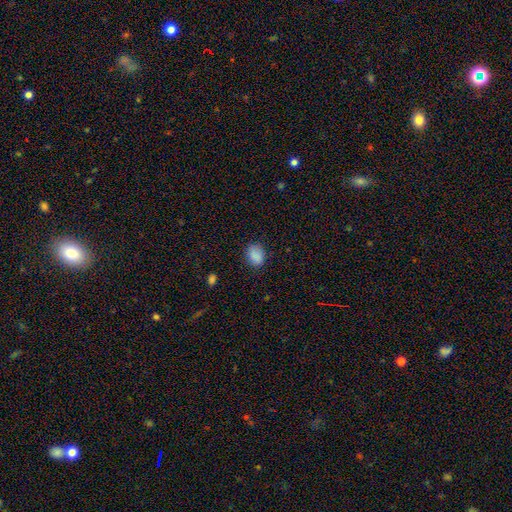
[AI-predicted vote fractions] Smooth or featured: smooth — 87% (star or artifact — 9%)
How rounded: in between — 64% (round — 35%)
Merging: none — 81% (minor disturbance — 15%)